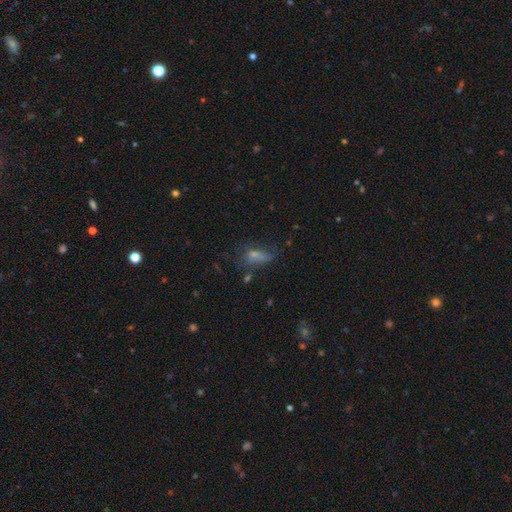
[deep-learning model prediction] Morphology: type=smooth (57%); roundness=in between (72%); merging=none (34%).